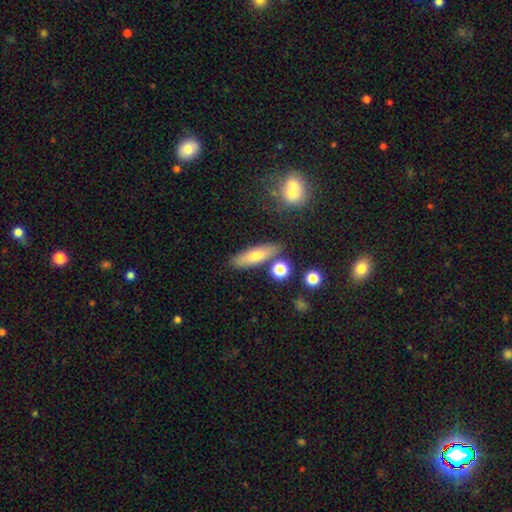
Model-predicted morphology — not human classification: smooth 65%, featured or disk 26%, star or artifact 9%. Down the decision tree: how rounded — cigar-shaped (54%); merging — none (77%).